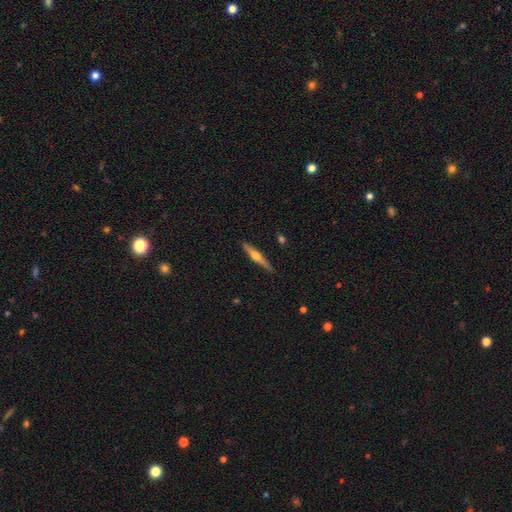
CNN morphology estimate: Q: Smooth or featured?
A: featured or disk (60%); runner-up: smooth (35%)
Q: Edge-on disk?
A: yes (97%); runner-up: no (3%)
Q: Edge-on bulge?
A: rounded (89%); runner-up: boxy (6%)
Q: Merging?
A: none (89%); runner-up: minor disturbance (8%)